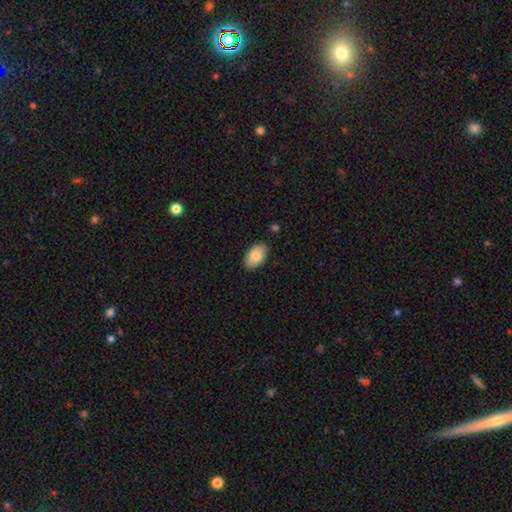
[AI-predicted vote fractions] smooth 85%, featured or disk 9%, star or artifact 6%. Down the decision tree: how rounded — in between (94%); merging — none (86%).